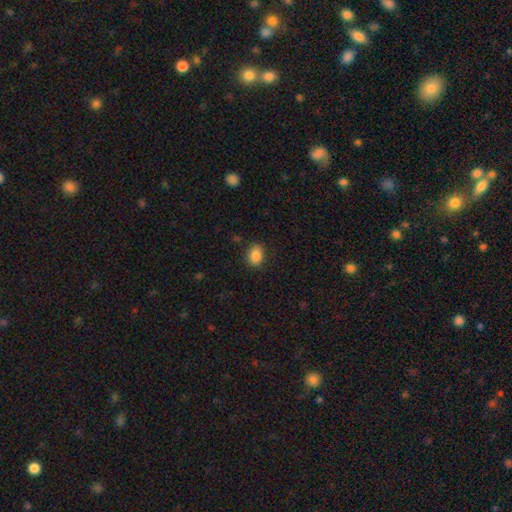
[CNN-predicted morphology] This appears to be a smooth galaxy with no disk features (86%) that is in between round and cigar-shaped (70%). Merging: none (81%).